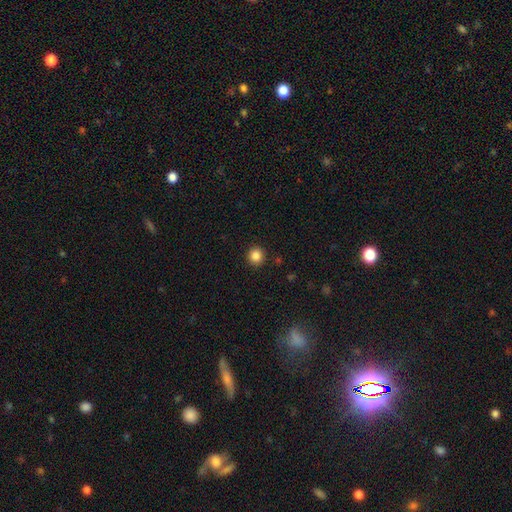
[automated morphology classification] Q: Smooth or featured?
A: smooth (85%); runner-up: star or artifact (11%)
Q: How rounded?
A: round (93%); runner-up: in between (6%)
Q: Merging?
A: none (91%); runner-up: minor disturbance (5%)